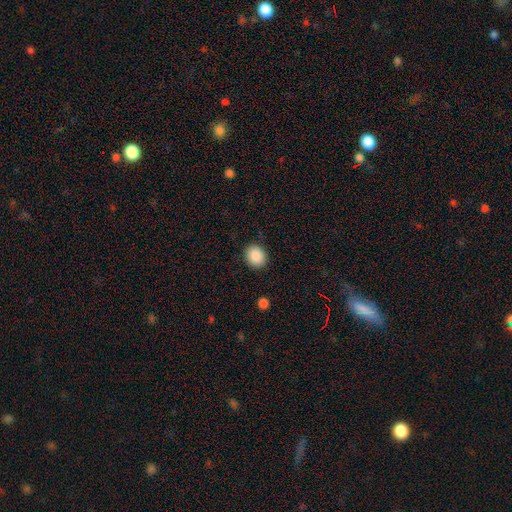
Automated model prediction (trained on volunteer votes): smooth-or-featured: smooth: 88% | star or artifact: 8% | featured or disk: 4%
  how-rounded: round: 58% | in between: 41% | cigar-shaped: 1%
  merging: none: 88% | minor disturbance: 8% | major disturbance: 2% | merger: 1%